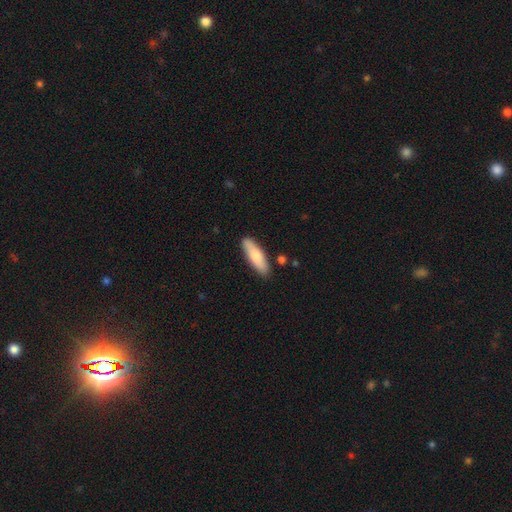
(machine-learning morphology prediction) Smooth or featured: smooth — 76% (featured or disk — 19%)
How rounded: cigar-shaped — 57% (in between — 42%)
Merging: none — 86% (minor disturbance — 10%)